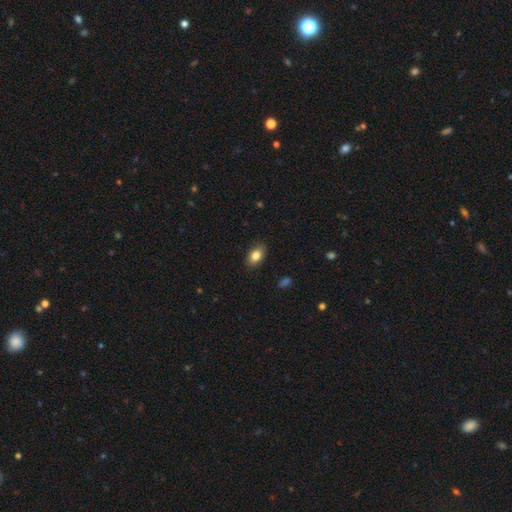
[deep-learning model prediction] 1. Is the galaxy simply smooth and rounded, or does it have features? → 84% smooth, 9% featured or disk, 8% star or artifact.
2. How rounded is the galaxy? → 88% in between, 10% round, 2% cigar-shaped.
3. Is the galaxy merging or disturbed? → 87% none, 10% minor disturbance, 2% major disturbance, 1% merger.